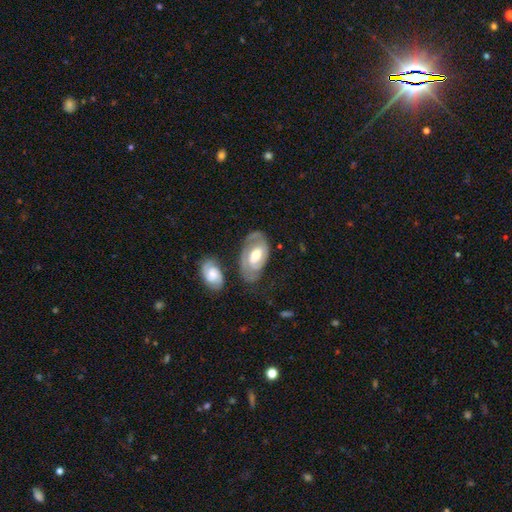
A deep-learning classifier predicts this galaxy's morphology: This is likely a featured or disk galaxy (71%). It is clearly not viewed edge-on (94%). Bar: marginally no (45%). Spiral arm pattern: likely yes (77%). Spiral arm count: likely 2 (63%). Spiral winding: possibly tight (55%). Central bulge: likely moderate (68%). Merging: possibly none (58%).